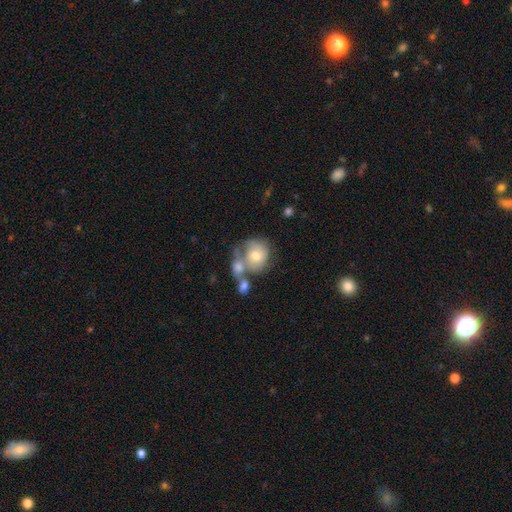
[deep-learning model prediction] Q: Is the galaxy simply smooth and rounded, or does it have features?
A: smooth — 56%.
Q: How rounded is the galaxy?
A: round — 75%.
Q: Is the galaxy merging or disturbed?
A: merger — 46%.